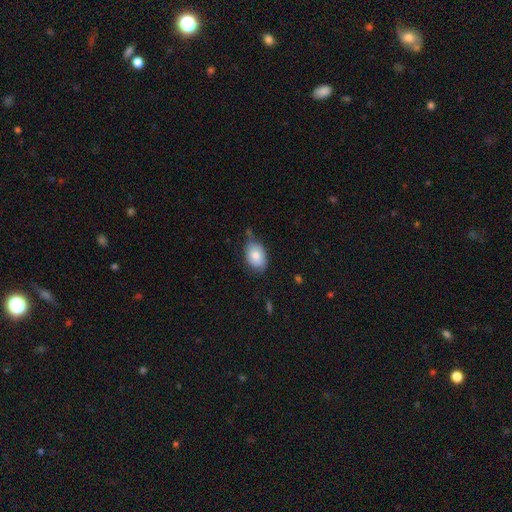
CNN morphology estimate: This is clearly a smooth galaxy (81%). How rounded: clearly in between (82%). Merging: likely none (63%).